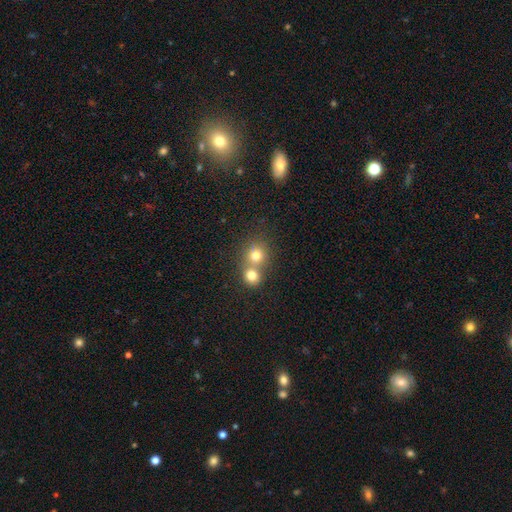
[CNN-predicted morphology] smooth 76%, star or artifact 14%, featured or disk 10%. Down the decision tree: how rounded — round (84%); merging — merger (55%).